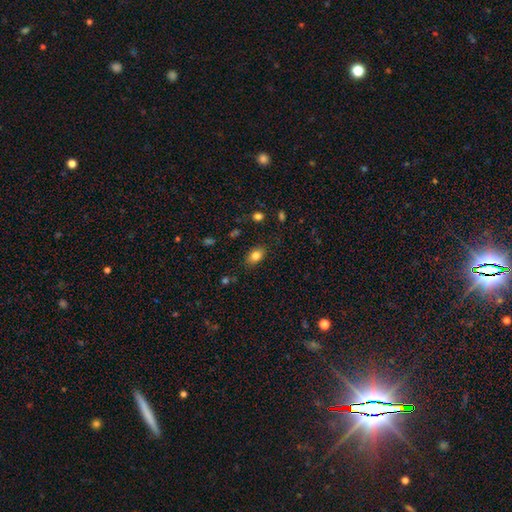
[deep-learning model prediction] This appears to be a smooth galaxy with no disk features (83%) that is in between round and cigar-shaped (84%). Merging: none (83%).